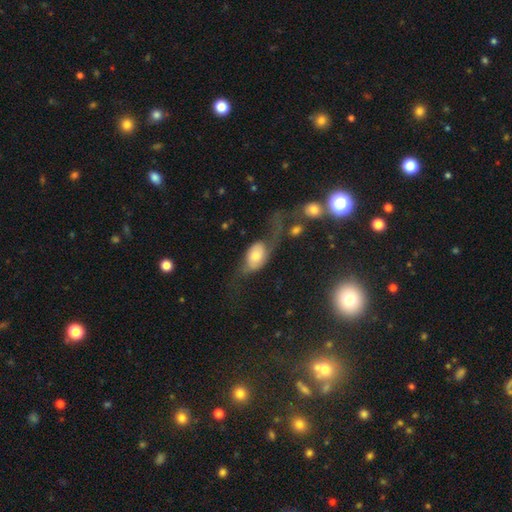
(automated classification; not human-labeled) smooth 51%, featured or disk 41%, star or artifact 8%. Down the decision tree: how rounded — in between (82%); merging — major disturbance (49%).